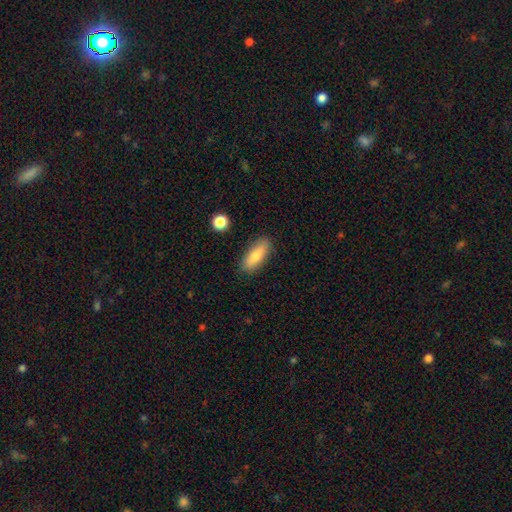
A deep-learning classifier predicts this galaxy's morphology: smooth-or-featured: smooth: 77% | featured or disk: 16% | star or artifact: 7%
  how-rounded: in between: 64% | cigar-shaped: 33% | round: 3%
  merging: none: 86% | minor disturbance: 10% | major disturbance: 2% | merger: 2%